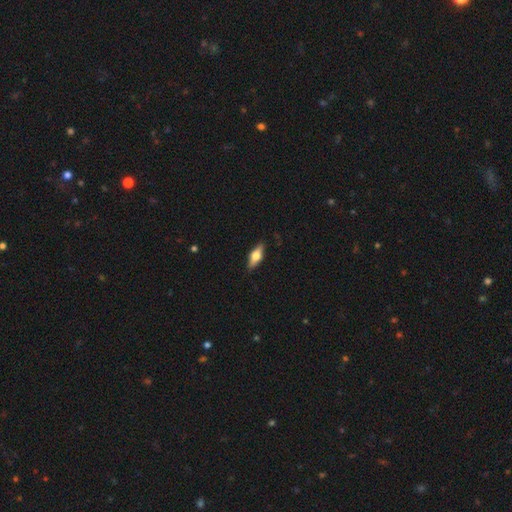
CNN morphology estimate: This appears to be a smooth galaxy with no disk features (49%). Merging: none (87%).